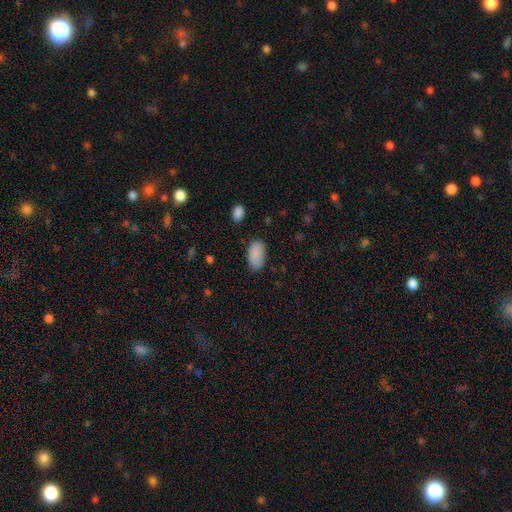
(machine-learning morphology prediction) smooth_or_featured: smooth (p=0.87) [alt: star or artifact p=0.07]
how_rounded: in between (p=0.95) [alt: round p=0.04]
merging: none (p=0.77) [alt: minor disturbance p=0.17]